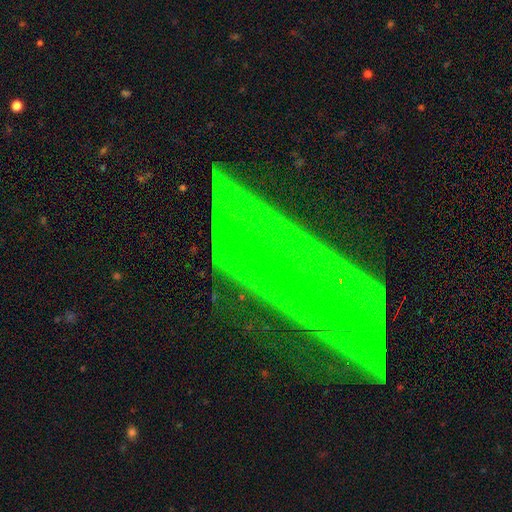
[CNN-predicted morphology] Q: Smooth or featured?
A: star or artifact (51%); runner-up: featured or disk (34%)